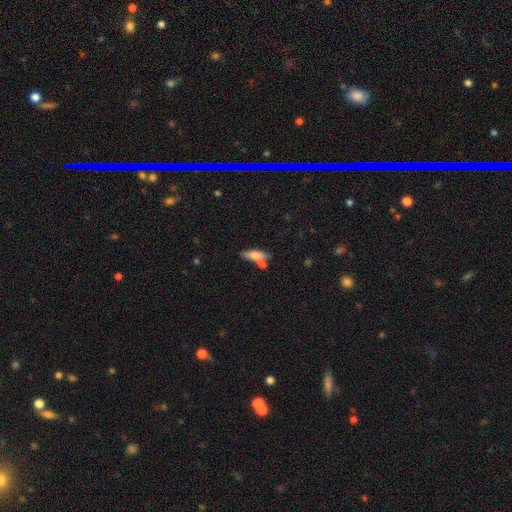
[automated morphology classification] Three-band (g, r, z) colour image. It shows a smooth galaxy with no disk features (69%) that is in between round and cigar-shaped (60%). Merging: none (42%).